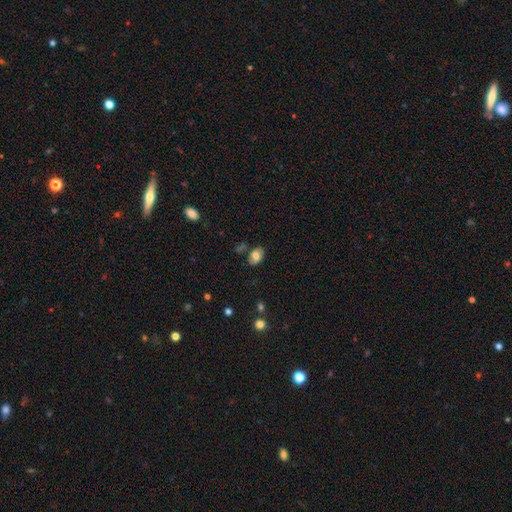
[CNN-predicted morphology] smooth_or_featured: smooth (p=0.66) [alt: featured or disk p=0.26]
how_rounded: in between (p=0.85) [alt: round p=0.14]
merging: none (p=0.71) [alt: minor disturbance p=0.18]